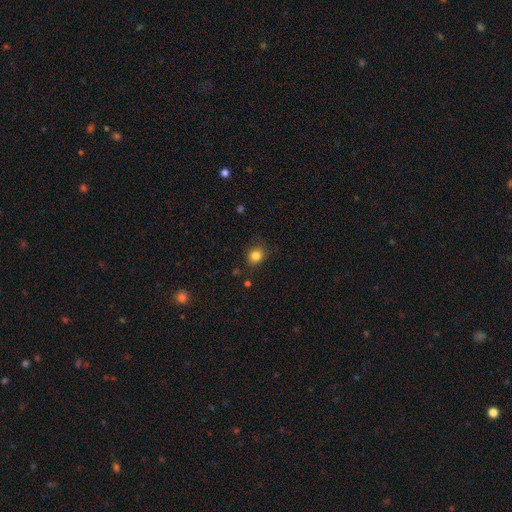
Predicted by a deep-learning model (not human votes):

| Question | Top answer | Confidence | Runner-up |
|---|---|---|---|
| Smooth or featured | smooth | 83% | star or artifact (12%) |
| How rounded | round | 68% | in between (31%) |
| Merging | none | 82% | minor disturbance (13%) |